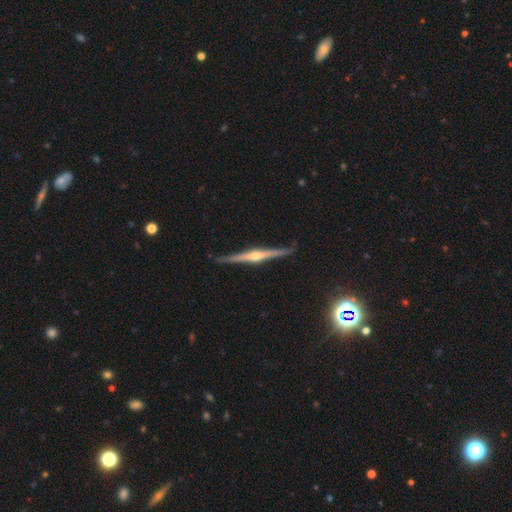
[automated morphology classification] Smooth or featured?
  - featured or disk: 85% *
  - smooth: 10%
  - star or artifact: 5%
Edge-on disk?
  - yes: 98% *
  - no: 2%
Edge-on bulge?
  - rounded: 90% *
  - none: 5%
  - boxy: 5%
Merging?
  - none: 88% *
  - minor disturbance: 9%
  - major disturbance: 2%
  - merger: 1%